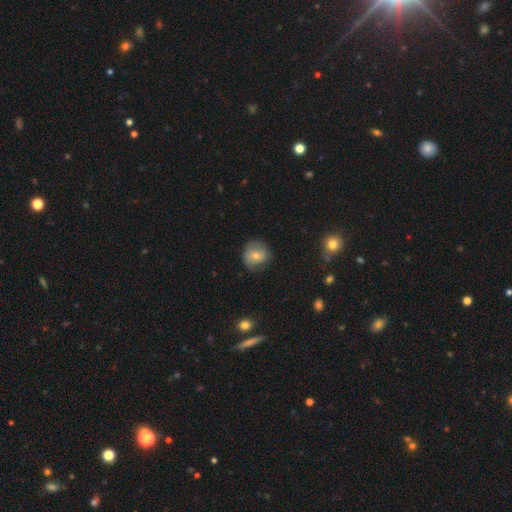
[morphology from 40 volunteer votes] Overall: smooth (62%; featured or disk 30%). How rounded: round (92%). Merging: none (68%).